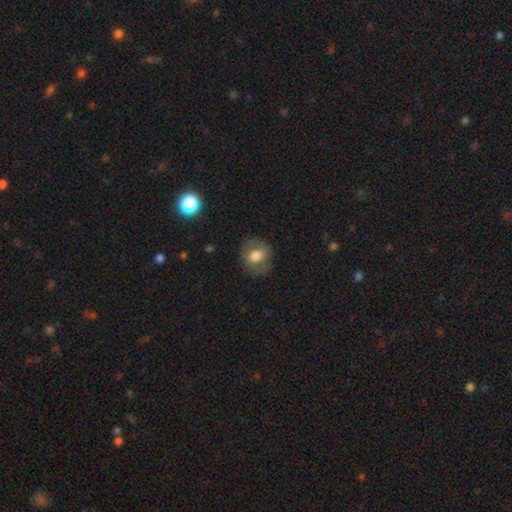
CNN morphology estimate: A smooth galaxy with no disk features (63%) that is round (69%). Merging: none (78%).